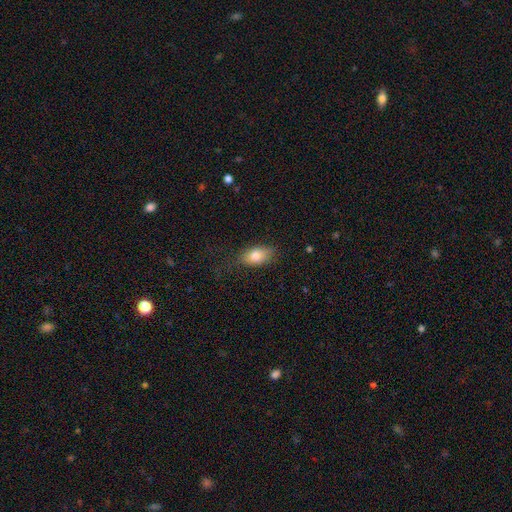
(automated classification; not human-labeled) A smooth galaxy with no disk features (80%) that is in between round and cigar-shaped (88%).

Vote fractions:
- Smooth or featured? smooth: 80% / featured or disk: 12% / star or artifact: 8%
- How rounded? in between: 88% / round: 9% / cigar-shaped: 3%
- Merging? none: 74% / minor disturbance: 19% / major disturbance: 6% / merger: 1%